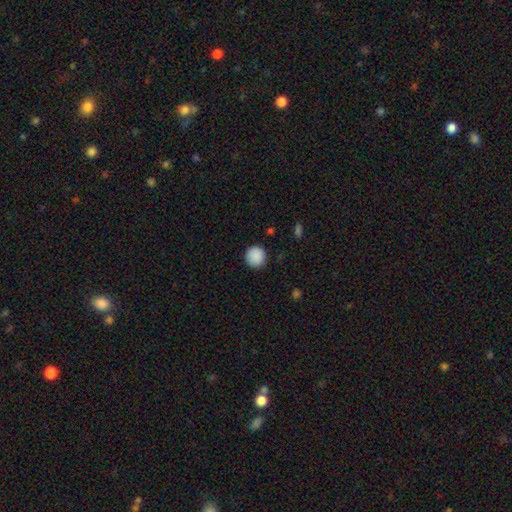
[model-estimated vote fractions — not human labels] This appears to be a smooth galaxy with no disk features (90%) that is round (95%). Merging: none (91%).